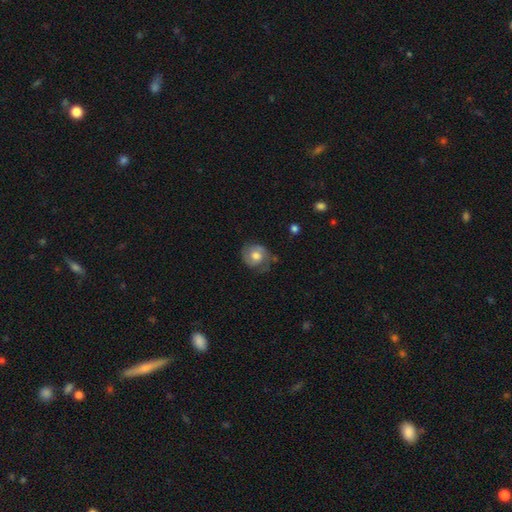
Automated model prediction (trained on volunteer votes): A featured or disk galaxy (47%). Merging: none (60%).